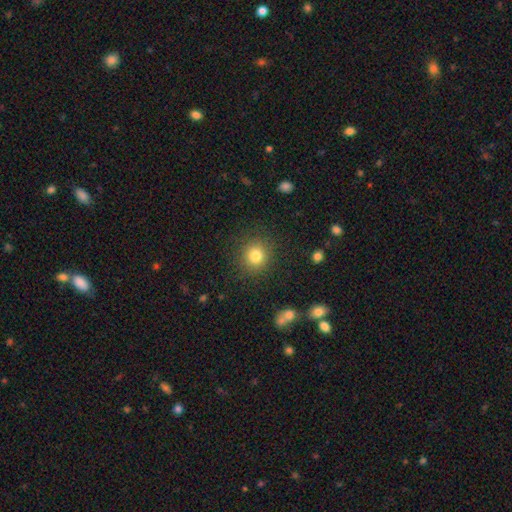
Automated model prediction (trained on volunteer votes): smooth 81%, star or artifact 12%, featured or disk 7%. Down the decision tree: how rounded — round (86%); merging — none (88%).